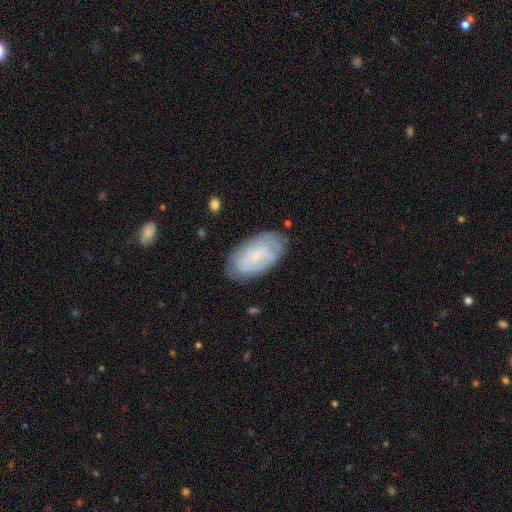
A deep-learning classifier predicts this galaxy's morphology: Smooth or featured?
  - smooth: 48% *
  - featured or disk: 43%
  - star or artifact: 9%
Merging?
  - none: 79% *
  - minor disturbance: 15%
  - major disturbance: 4%
  - merger: 1%